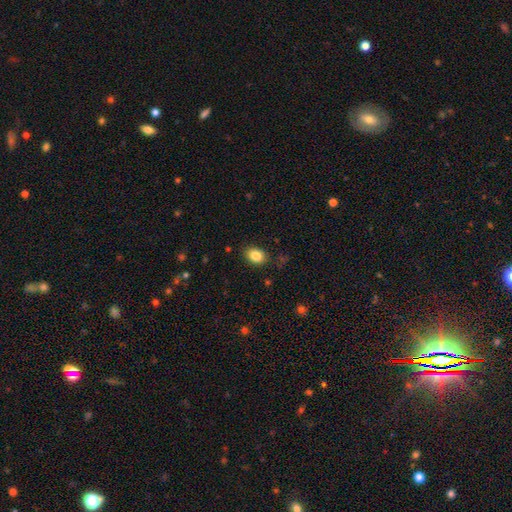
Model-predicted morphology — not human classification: This appears to be a smooth galaxy with no disk features (85%) that is in between round and cigar-shaped (69%). Merging: none (85%).